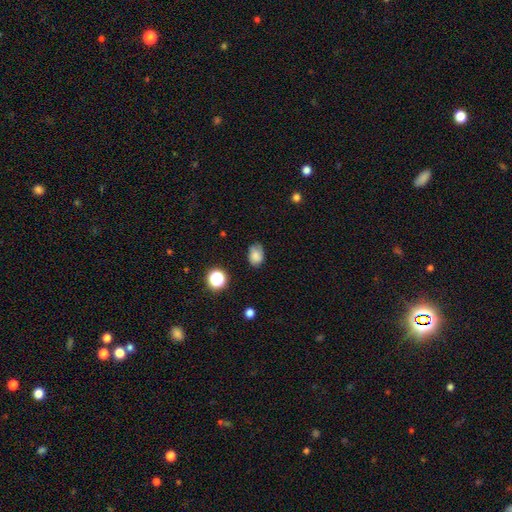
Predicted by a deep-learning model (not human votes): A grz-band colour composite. It shows a smooth galaxy with no disk features (77%) that is in between round and cigar-shaped (74%). Merging: none (67%).